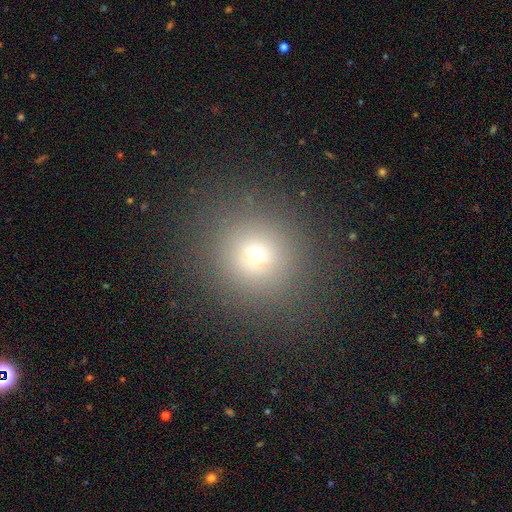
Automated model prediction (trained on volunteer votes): smooth-or-featured: smooth: 65% | star or artifact: 24% | featured or disk: 11%
  how-rounded: round: 91% | in between: 8% | cigar-shaped: 1%
  merging: none: 88% | minor disturbance: 7% | major disturbance: 4% | merger: 1%